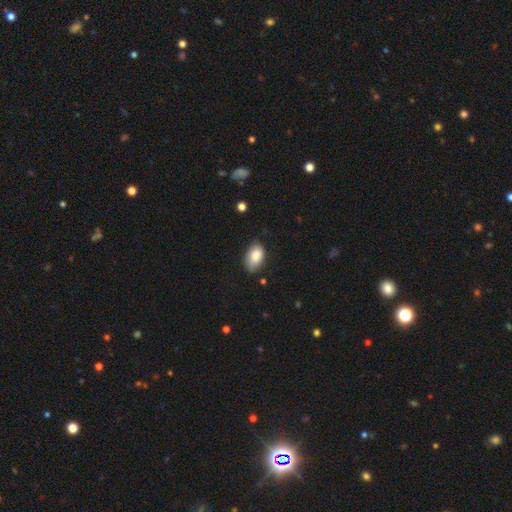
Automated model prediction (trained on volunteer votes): smooth_or_featured: smooth (p=0.84) [alt: featured or disk p=0.09]
how_rounded: in between (p=0.92) [alt: round p=0.07]
merging: none (p=0.64) [alt: minor disturbance p=0.29]